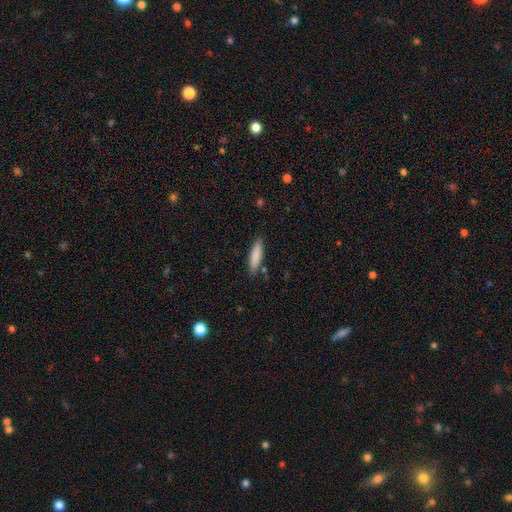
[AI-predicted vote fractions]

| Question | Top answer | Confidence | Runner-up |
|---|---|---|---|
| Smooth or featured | smooth | 85% | featured or disk (9%) |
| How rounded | cigar-shaped | 66% | in between (33%) |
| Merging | none | 83% | minor disturbance (12%) |